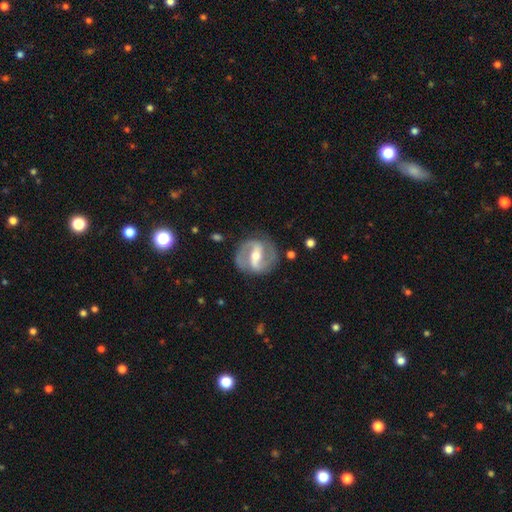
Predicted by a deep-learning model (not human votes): This appears to be a featured or disk galaxy (88%) with a strong bar (61%), 2 (92%) medium (54%) spiral arms (93%) and a moderate central bulge (58%). Merging: none (83%).